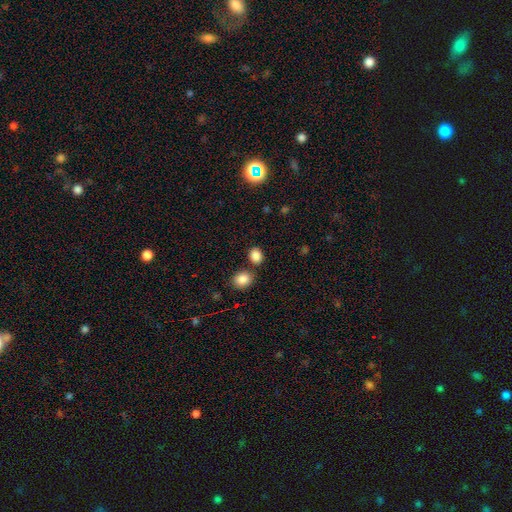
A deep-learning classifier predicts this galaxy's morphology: Smooth or featured?
  - smooth: 86% *
  - star or artifact: 10%
  - featured or disk: 4%
How rounded?
  - in between: 56% *
  - round: 43%
  - cigar-shaped: 1%
Merging?
  - none: 74% *
  - merger: 14%
  - minor disturbance: 10%
  - major disturbance: 3%